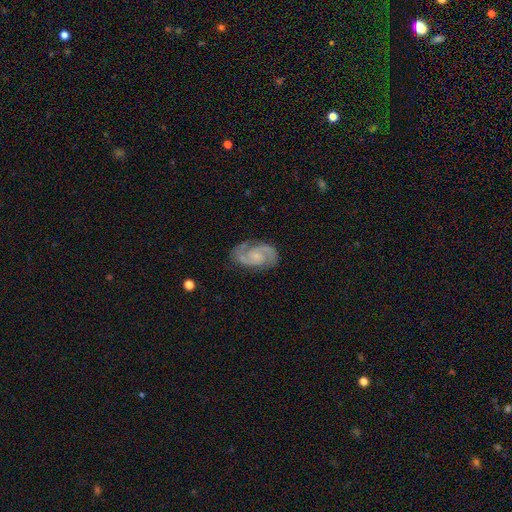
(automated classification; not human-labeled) A featured or disk galaxy (89%) with no bar (59%), 2 (93%) medium (56%) spiral arms (98%) and a small central bulge (57%). Merging: none (81%).